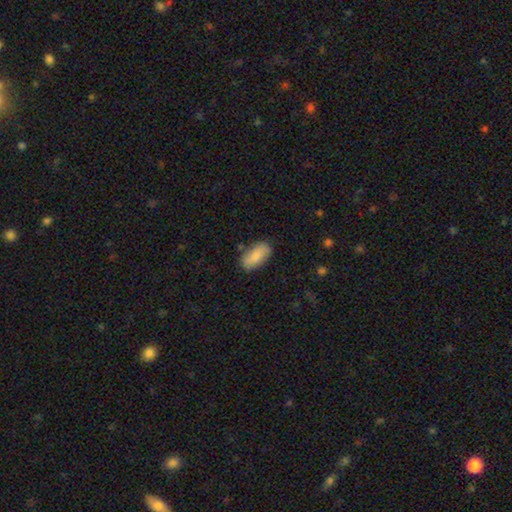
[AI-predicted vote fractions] The model was most divided on "merging": none: 76%, minor disturbance: 17%, major disturbance: 4%, merger: 3%. More confident: how rounded — in between (91%); smooth or featured — smooth (80%).